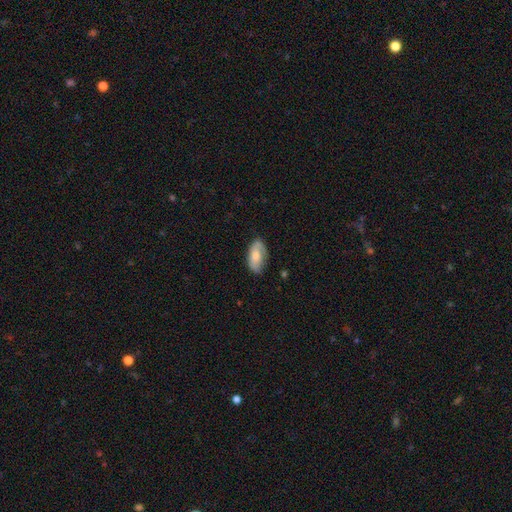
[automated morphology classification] A smooth galaxy with no disk features (53%) that is in between round and cigar-shaped (92%).

Vote fractions:
- Smooth or featured? smooth: 53% / featured or disk: 41% / star or artifact: 7%
- How rounded? in between: 92% / round: 4% / cigar-shaped: 4%
- Merging? none: 68% / minor disturbance: 23% / major disturbance: 7% / merger: 2%